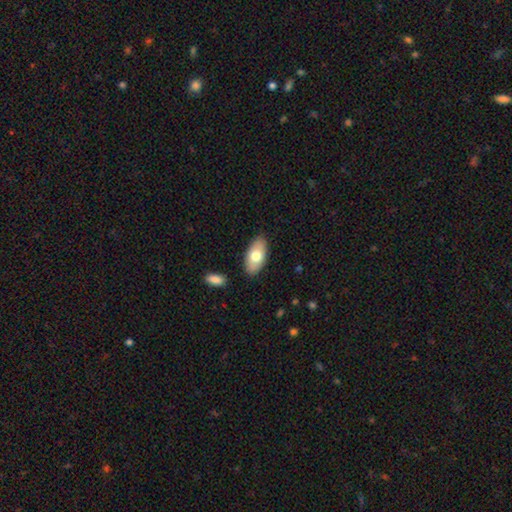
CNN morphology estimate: This appears to be a smooth galaxy with no disk features (71%) that is in between round and cigar-shaped (92%). Merging: none (86%).